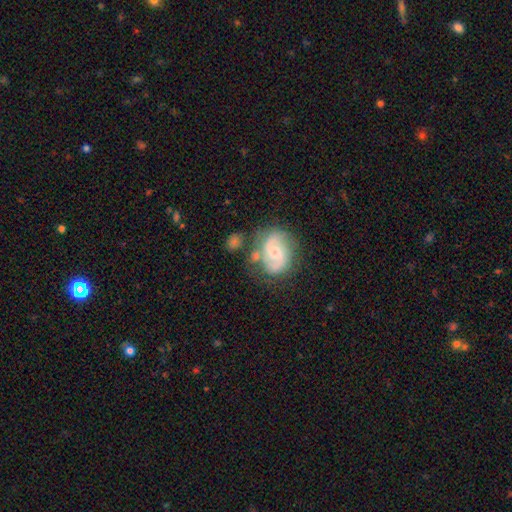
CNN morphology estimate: Smooth or featured: featured or disk — 75% (smooth — 18%)
Edge-on disk: no — 97% (yes — 3%)
Bar: no — 45% (weak — 42%)
Spiral arms: yes — 91% (no — 9%)
Spiral winding: medium — 48% (loose — 31%)
Spiral arm count: 2 — 87% (can't tell — 6%)
Bulge size: moderate — 54% (small — 40%)
Merging: none — 64% (minor disturbance — 18%)